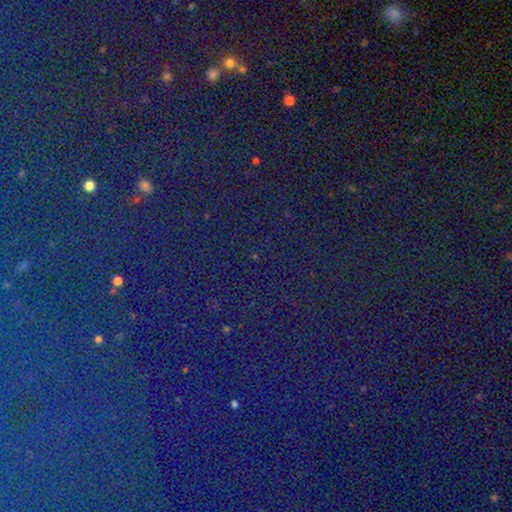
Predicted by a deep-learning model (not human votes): A star or artifact, not a galaxy (80%).

Vote fractions:
- Smooth or featured? star or artifact: 80% / smooth: 12% / featured or disk: 9%